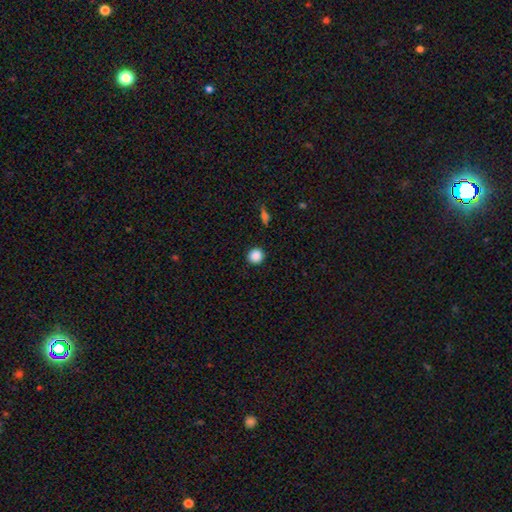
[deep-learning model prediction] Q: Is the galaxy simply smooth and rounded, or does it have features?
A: smooth — 88%.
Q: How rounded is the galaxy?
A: round — 94%.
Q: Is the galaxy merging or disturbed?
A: none — 92%.